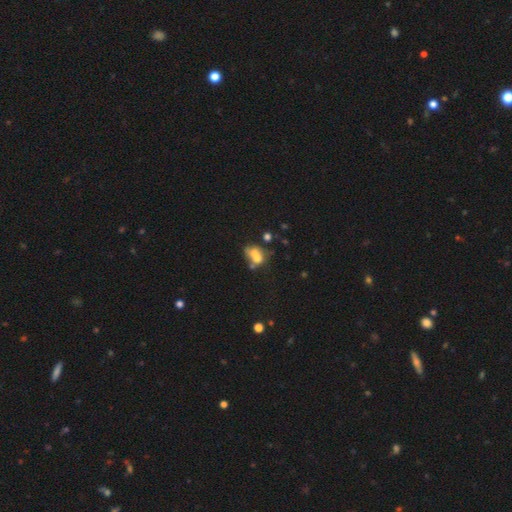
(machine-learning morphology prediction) This is possibly a smooth galaxy (54%). How rounded: likely in between (67%). Merging: possibly merger (49%).